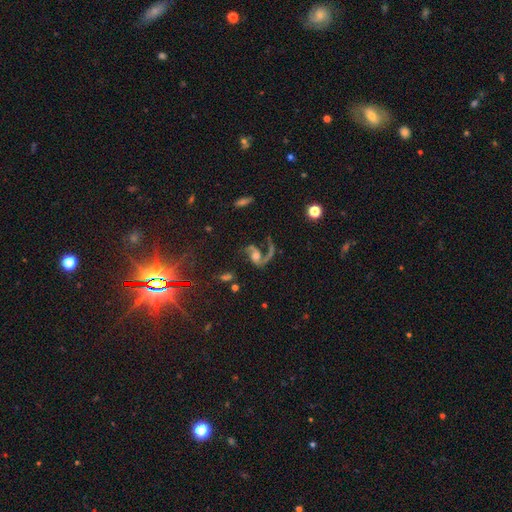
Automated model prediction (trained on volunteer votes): smooth_or_featured: featured or disk (p=0.85) [alt: star or artifact p=0.08]
disk_edge_on: no (p=0.97) [alt: yes p=0.03]
bar: no (p=0.59) [alt: weak p=0.30]
has_spiral_arms: yes (p=0.94) [alt: no p=0.06]
spiral_winding: loose (p=0.62) [alt: medium p=0.32]
spiral_arm_count: 2 (p=0.72) [alt: 1 p=0.23]
bulge_size: moderate (p=0.51) [alt: small p=0.22]
merging: none (p=0.47) [alt: major disturbance p=0.31]